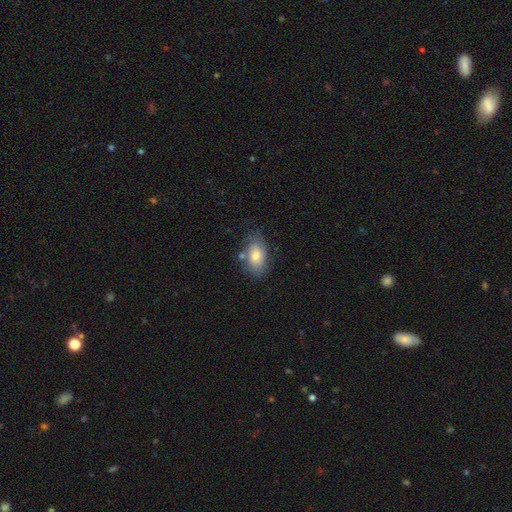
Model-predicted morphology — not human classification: type=smooth (76%); roundness=in between (89%); merging=none (68%).